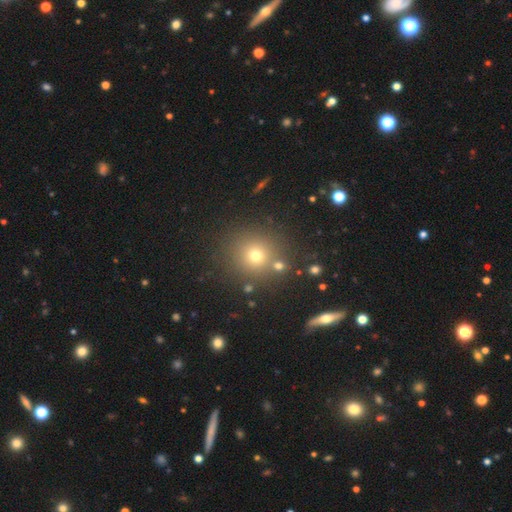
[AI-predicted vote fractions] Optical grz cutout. It shows a smooth galaxy with no disk features (68%) that is round (92%). Merging: none (80%).